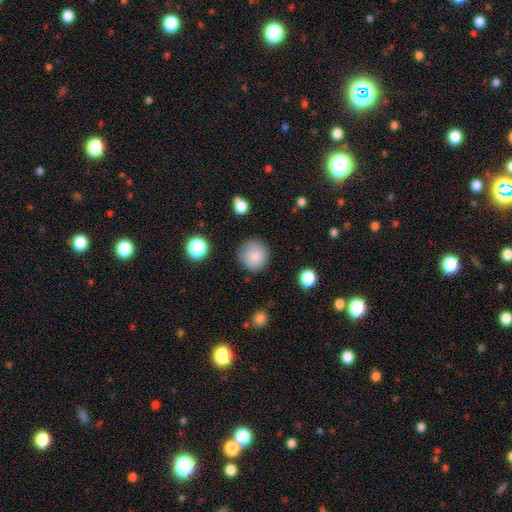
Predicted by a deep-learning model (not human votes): Smooth or featured? Predicted: smooth (p=0.84). How rounded? Predicted: round (p=0.92). Merging? Predicted: none (p=0.82).